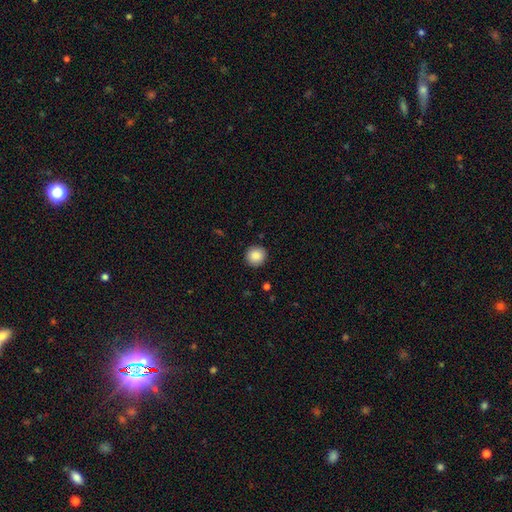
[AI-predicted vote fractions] smooth 88%, star or artifact 8%, featured or disk 4%. Down the decision tree: how rounded — round (93%); merging — none (92%).